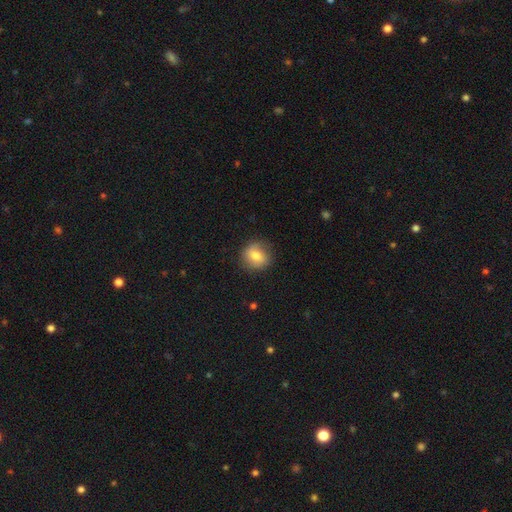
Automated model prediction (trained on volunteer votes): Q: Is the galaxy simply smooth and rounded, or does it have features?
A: smooth — 73%.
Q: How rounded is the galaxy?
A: round — 81%.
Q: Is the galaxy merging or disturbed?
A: none — 82%.